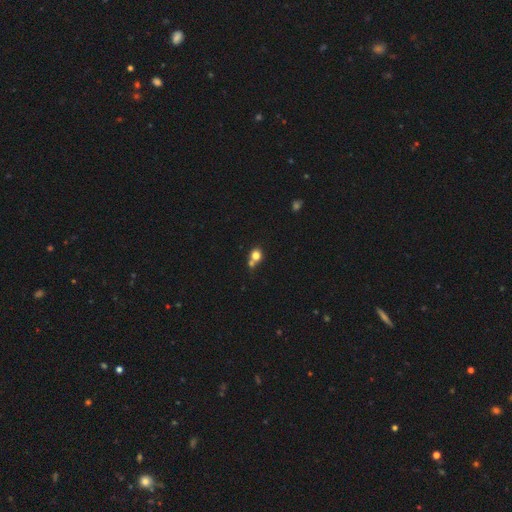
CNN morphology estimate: Smooth or featured: smooth — 77% (star or artifact — 13%)
How rounded: round — 80% (in between — 19%)
Merging: none — 46% (merger — 41%)